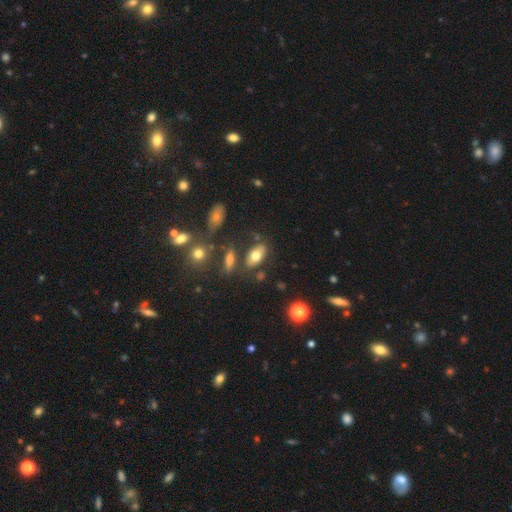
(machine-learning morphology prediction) smooth-or-featured: smooth: 73% | featured or disk: 18% | star or artifact: 9%
  how-rounded: in between: 89% | cigar-shaped: 6% | round: 6%
  merging: none: 73% | minor disturbance: 14% | merger: 9% | major disturbance: 4%